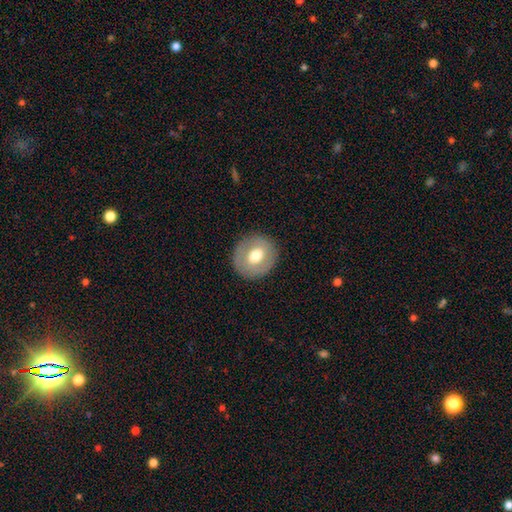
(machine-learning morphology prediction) Overall: smooth (60%; featured or disk 33%). How rounded: round (81%). Merging: none (87%).